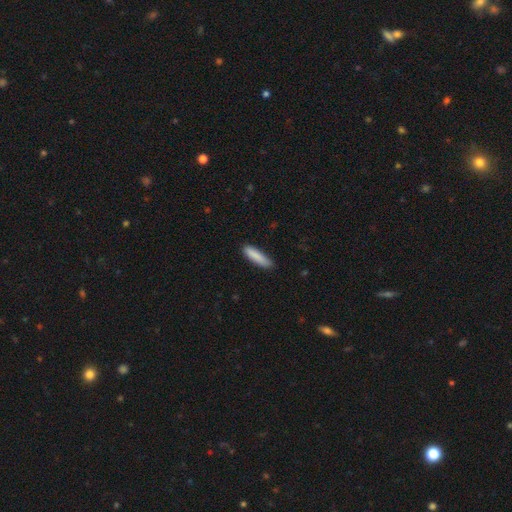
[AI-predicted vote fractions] smooth 87%, featured or disk 7%, star or artifact 6%. Down the decision tree: how rounded — cigar-shaped (70%); merging — none (83%).